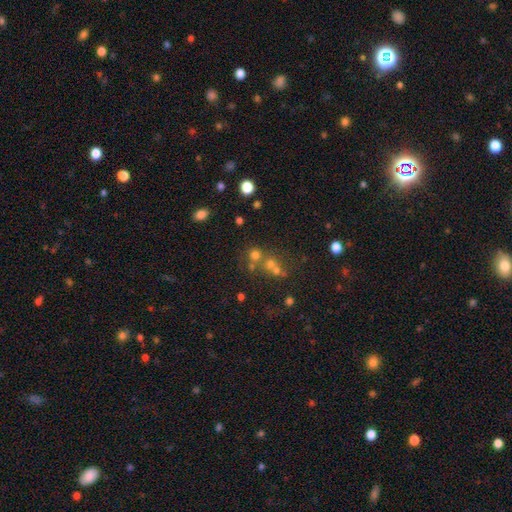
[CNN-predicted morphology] This is possibly a smooth galaxy (51%). How rounded: clearly round (82%). Merging: possibly none (46%).